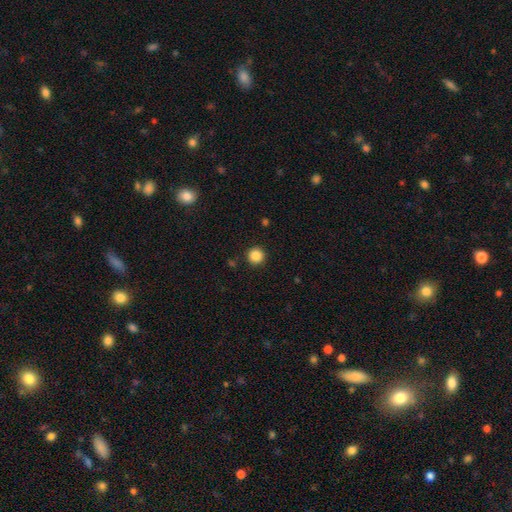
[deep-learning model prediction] The model was most divided on "smooth or featured": smooth: 87%, star or artifact: 10%, featured or disk: 3%. More confident: how rounded — round (96%); merging — none (92%).